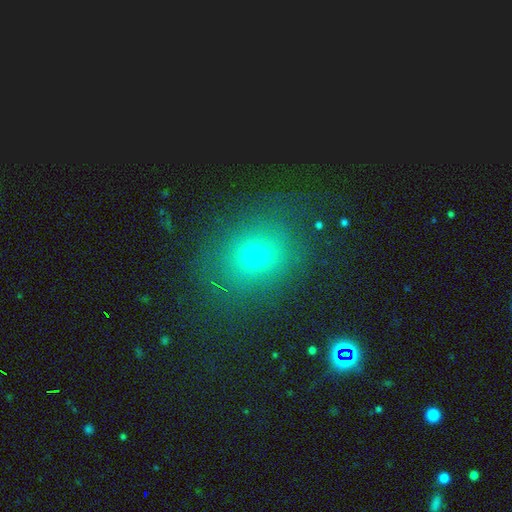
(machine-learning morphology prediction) smooth-or-featured: smooth: 67% | star or artifact: 21% | featured or disk: 11%
  how-rounded: round: 67% | in between: 32% | cigar-shaped: 1%
  merging: none: 81% | minor disturbance: 12% | major disturbance: 6% | merger: 2%